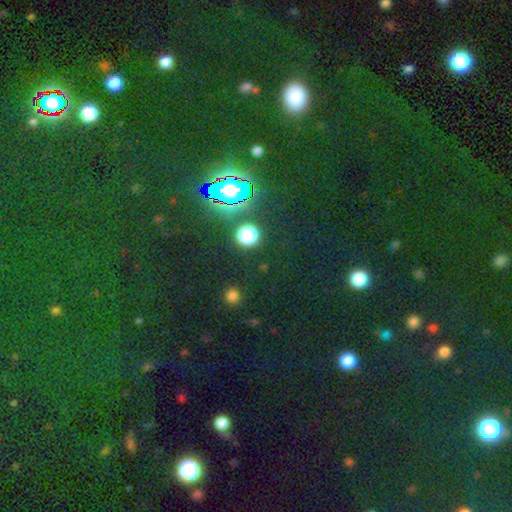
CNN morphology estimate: Smooth or featured? star or artifact (78%)